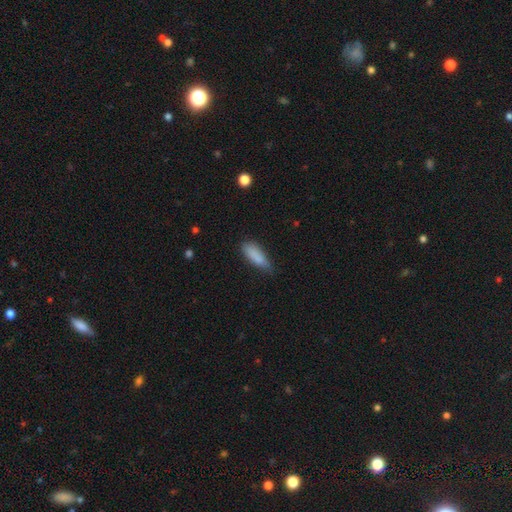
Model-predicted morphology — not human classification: A smooth galaxy with no disk features (86%) that is in between round and cigar-shaped (57%).

Vote fractions:
- Smooth or featured? smooth: 86% / featured or disk: 7% / star or artifact: 7%
- How rounded? in between: 57% / cigar-shaped: 41% / round: 2%
- Merging? none: 65% / minor disturbance: 28% / major disturbance: 5% / merger: 2%